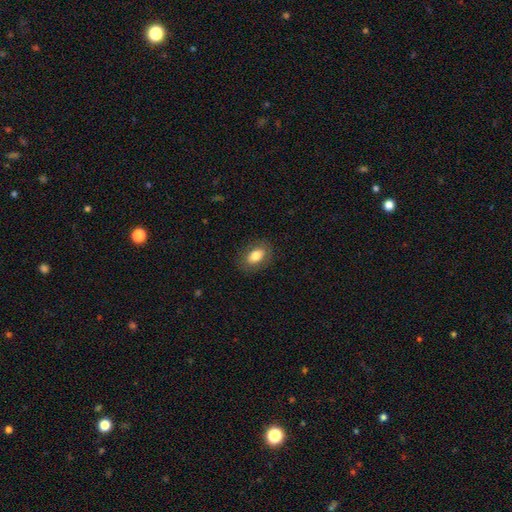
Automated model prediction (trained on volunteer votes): smooth_or_featured: smooth (p=0.77) [alt: featured or disk p=0.15]
how_rounded: in between (p=0.86) [alt: round p=0.13]
merging: none (p=0.85) [alt: minor disturbance p=0.11]